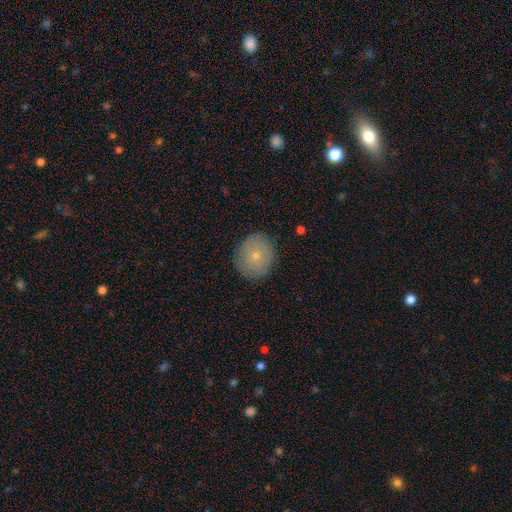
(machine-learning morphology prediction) smooth 70%, featured or disk 21%, star or artifact 9%. Down the decision tree: how rounded — round (80%); merging — none (86%).